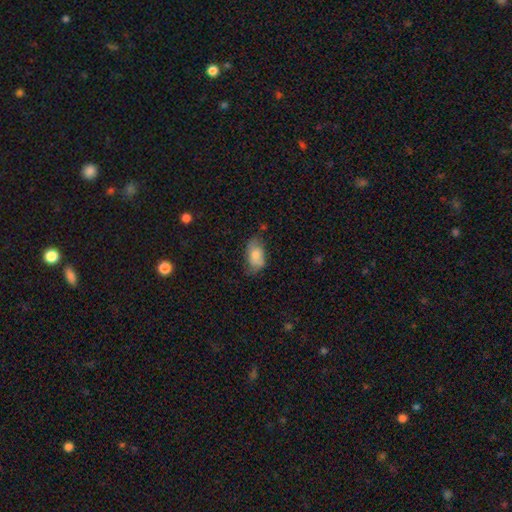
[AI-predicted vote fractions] A smooth galaxy with no disk features (77%) that is in between round and cigar-shaped (92%). Merging: none (60%).